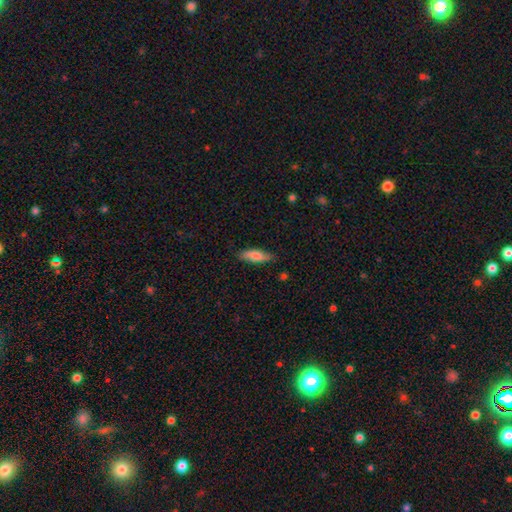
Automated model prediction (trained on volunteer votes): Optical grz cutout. It shows a smooth galaxy with no disk features (78%) that is in between round and cigar-shaped (51%). Merging: none (82%).